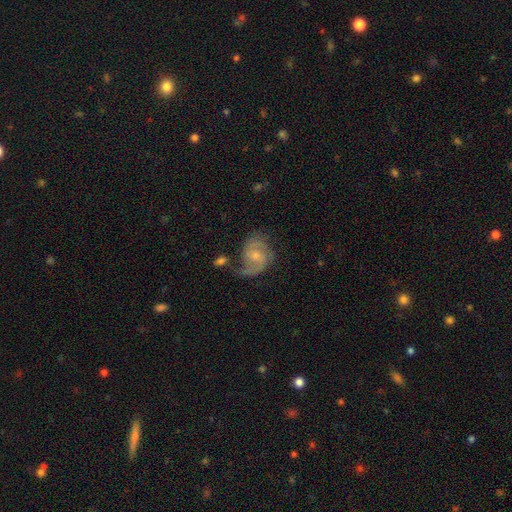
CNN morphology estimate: A featured or disk galaxy (80%) with no bar (50%), 2 (78%) medium (50%) spiral arms (95%) and a small central bulge (47%). Merging: none (54%).